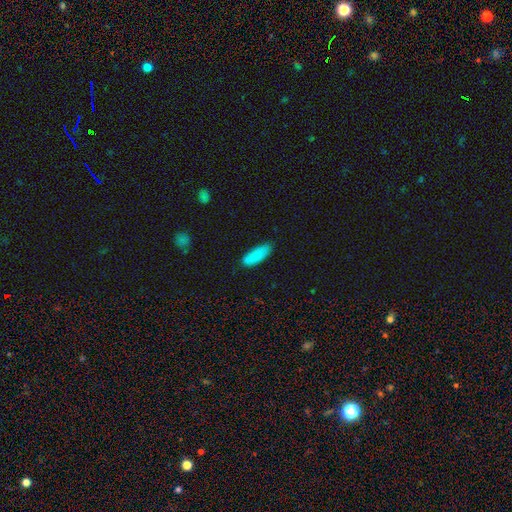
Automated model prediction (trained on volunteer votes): Smooth or featured?
  - smooth: 86% *
  - star or artifact: 8%
  - featured or disk: 6%
How rounded?
  - in between: 64% *
  - cigar-shaped: 34%
  - round: 2%
Merging?
  - none: 76% *
  - minor disturbance: 19%
  - major disturbance: 4%
  - merger: 2%